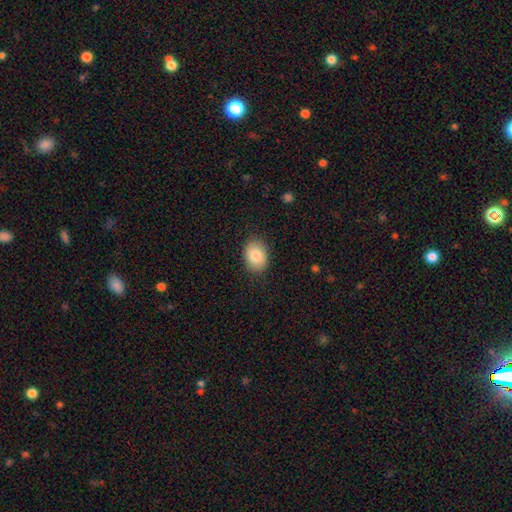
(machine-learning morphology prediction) Smooth or featured? Predicted: smooth (p=0.83). How rounded? Predicted: in between (p=0.69). Merging? Predicted: none (p=0.86).